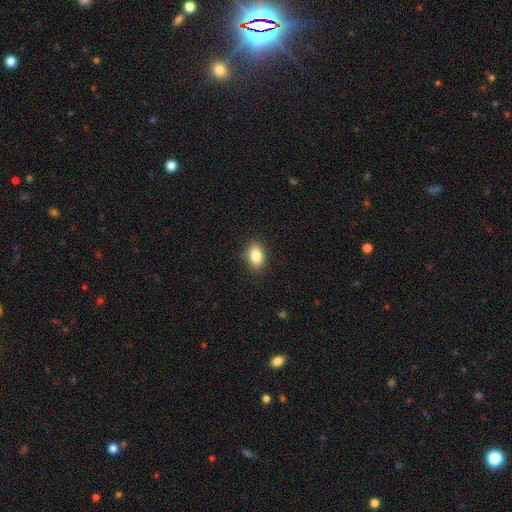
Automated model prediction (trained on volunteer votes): This is clearly a smooth galaxy (83%). How rounded: clearly in between (82%). Merging: clearly none (84%).